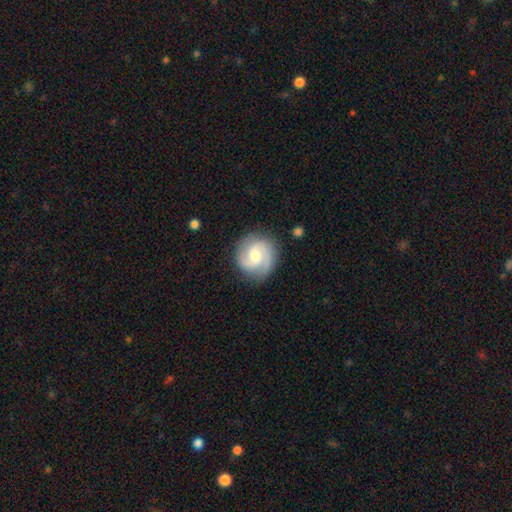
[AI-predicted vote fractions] Overall: featured or disk (79%). Edge-on disk: no (98%). Bar: no (50%; weak 43%). Spiral arms: yes (97%). Spiral arm count: 2 (49%; 3 35%). Spiral winding: medium (49%; tight 36%). Bulge size: moderate (56%; small 32%). Merging: none (84%).